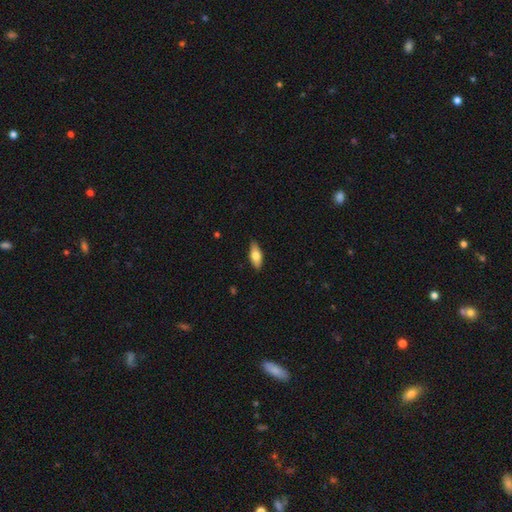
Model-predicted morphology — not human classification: This appears to be a smooth galaxy with no disk features (71%) that is in between round and cigar-shaped (76%). Merging: none (87%).